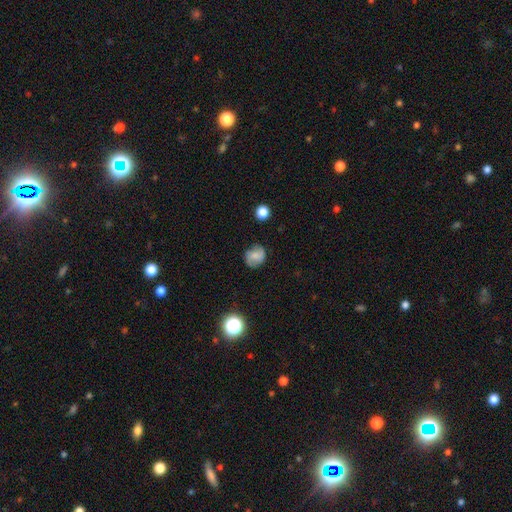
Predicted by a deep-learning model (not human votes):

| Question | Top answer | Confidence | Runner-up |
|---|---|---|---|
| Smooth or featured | smooth | 56% | featured or disk (33%) |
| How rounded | round | 72% | in between (26%) |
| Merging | none | 76% | minor disturbance (18%) |